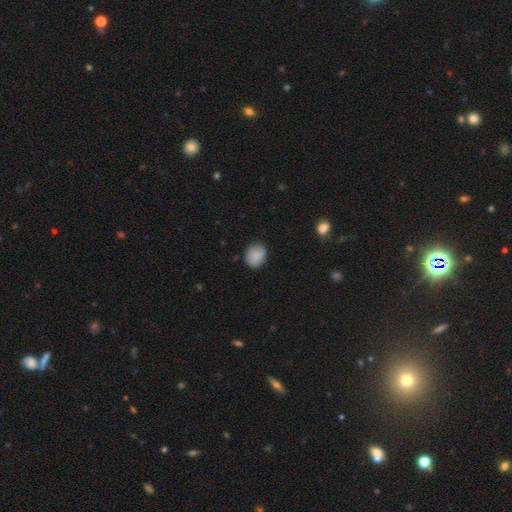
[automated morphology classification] A smooth galaxy with no disk features (85%) that is round (56%). Merging: none (79%).